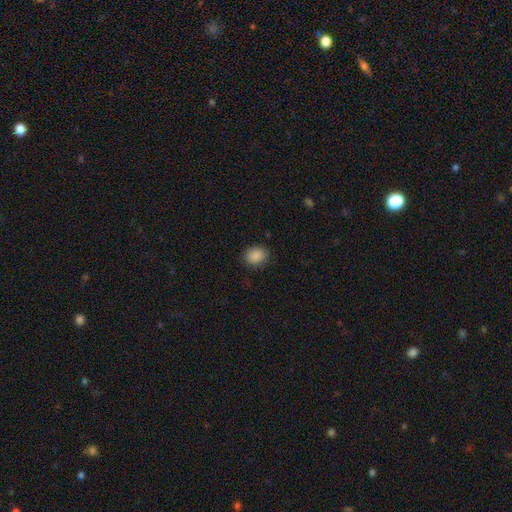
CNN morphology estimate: The model was most divided on "how rounded": round: 56%, in between: 43%, cigar-shaped: 1%. More confident: smooth or featured — smooth (88%); merging — none (86%).